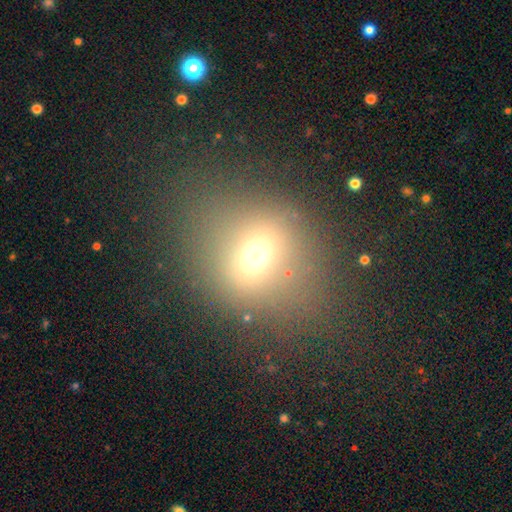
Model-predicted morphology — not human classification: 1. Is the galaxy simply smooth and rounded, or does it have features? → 60% smooth, 23% star or artifact, 16% featured or disk.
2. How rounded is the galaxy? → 58% round, 40% in between, 2% cigar-shaped.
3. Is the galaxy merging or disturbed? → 74% none, 13% minor disturbance, 9% major disturbance, 4% merger.